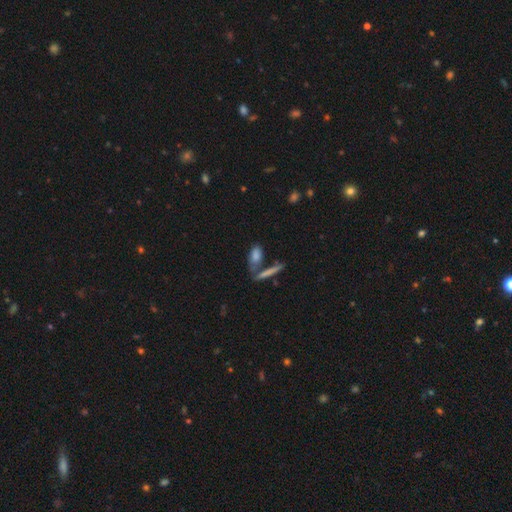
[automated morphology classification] type=smooth (75%); roundness=in between (59%); merging=none (55%).